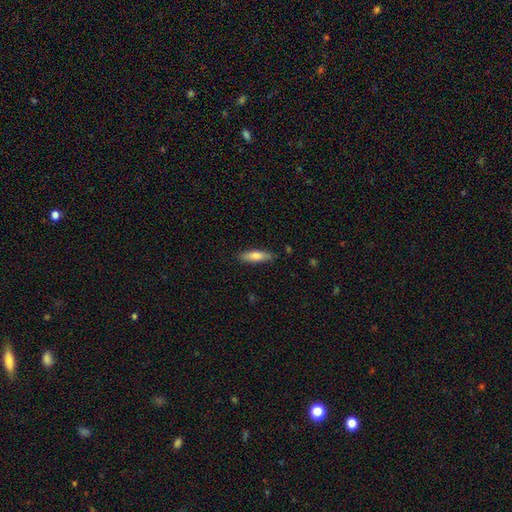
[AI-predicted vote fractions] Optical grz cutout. It shows a smooth galaxy with no disk features (76%) that is cigar-shaped (59%). Merging: none (85%).